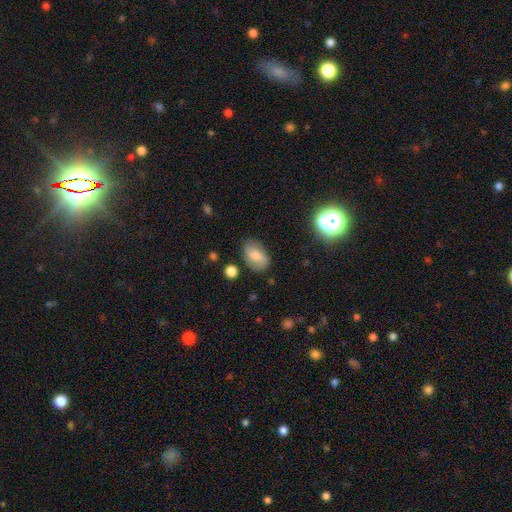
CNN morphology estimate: type=smooth (67%); roundness=in between (87%); merging=none (72%).